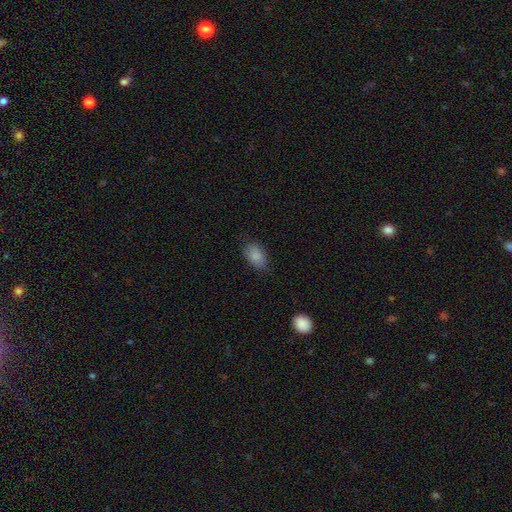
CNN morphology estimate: A smooth galaxy with no disk features (87%) that is in between round and cigar-shaped (91%). Merging: none (81%).